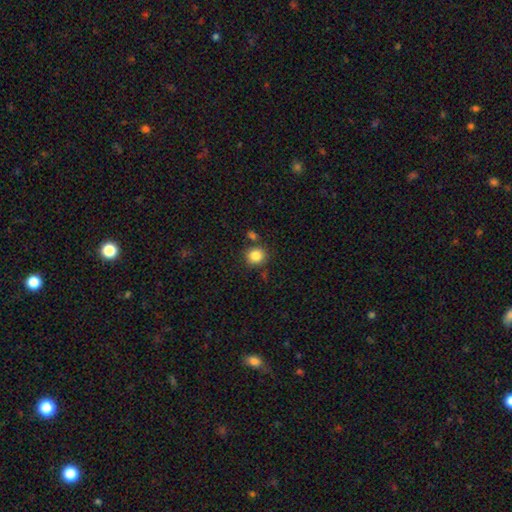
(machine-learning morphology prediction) This is clearly a smooth galaxy (84%). How rounded: clearly round (85%). Merging: likely none (79%).